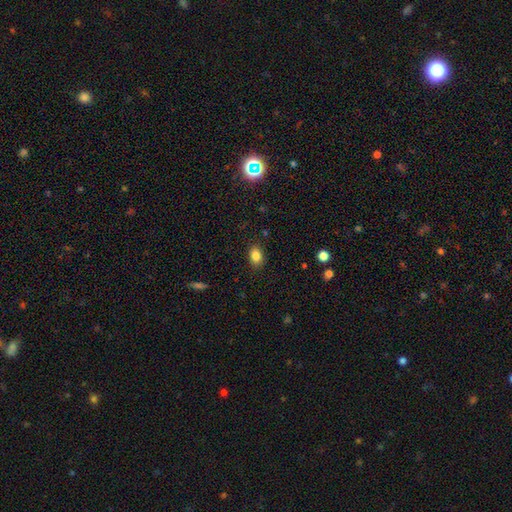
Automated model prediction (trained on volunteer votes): Smooth or featured? smooth (84%)
How rounded? in between (79%)
Merging? none (86%)